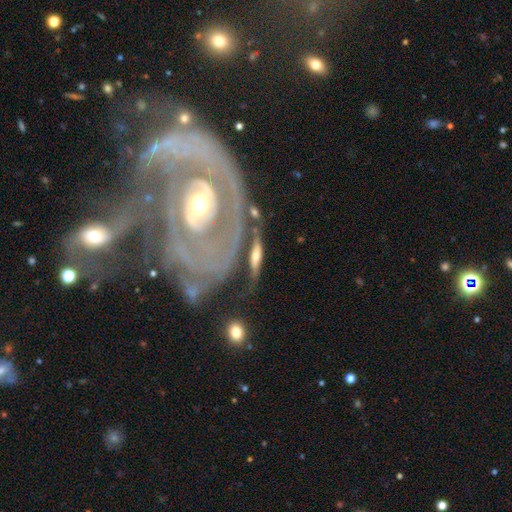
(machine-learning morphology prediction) A featured or disk galaxy (60%) viewed edge-on (66%).

Vote fractions:
- Smooth or featured? featured or disk: 60% / smooth: 32% / star or artifact: 7%
- Edge-on disk? yes: 66% / no: 34%
- Merging? none: 61% / minor disturbance: 18% / merger: 11% / major disturbance: 10%